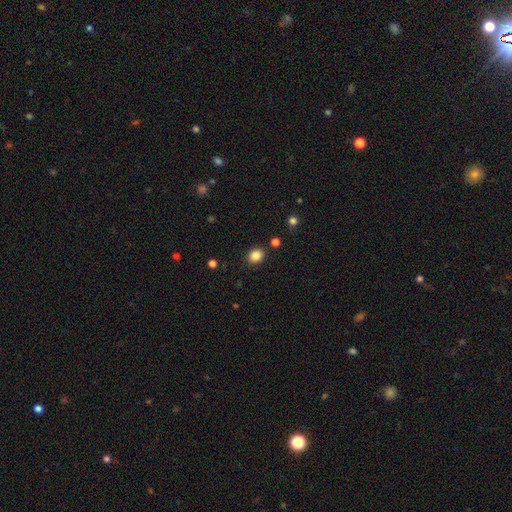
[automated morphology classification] Smooth or featured: smooth — 85% (star or artifact — 11%)
How rounded: round — 69% (in between — 30%)
Merging: none — 87% (minor disturbance — 8%)